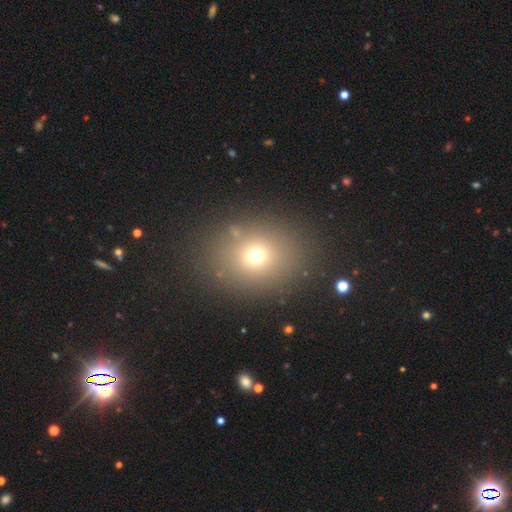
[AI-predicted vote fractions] Smooth or featured? Predicted: smooth (p=0.69). How rounded? Predicted: round (p=0.62). Merging? Predicted: none (p=0.82).